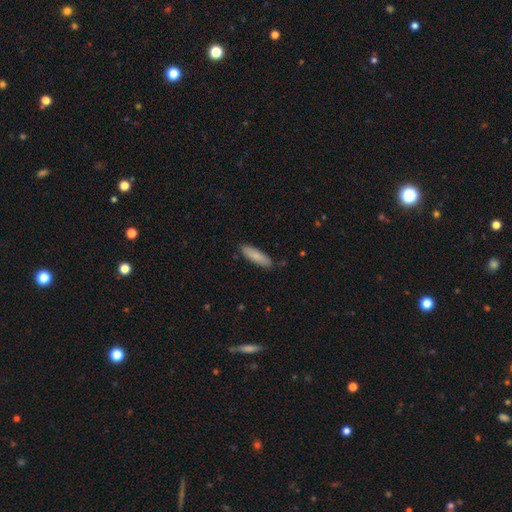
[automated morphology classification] The model was most divided on "how rounded": cigar-shaped: 61%, in between: 38%, round: 1%. More confident: merging — none (86%); smooth or featured — smooth (83%).